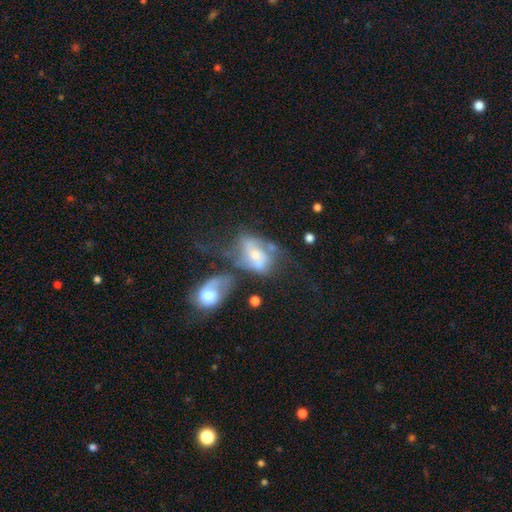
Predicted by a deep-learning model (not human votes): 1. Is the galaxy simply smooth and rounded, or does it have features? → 62% featured or disk, 29% smooth, 10% star or artifact.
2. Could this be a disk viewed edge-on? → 94% no, 6% yes.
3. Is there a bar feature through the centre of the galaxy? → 61% no, 28% weak, 10% strong.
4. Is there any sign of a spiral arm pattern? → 67% yes, 33% no.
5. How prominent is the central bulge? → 52% moderate, 38% small, 6% large, 3% none, 2% dominant.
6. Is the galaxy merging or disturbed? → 36% merger, 24% major disturbance, 23% none, 16% minor disturbance.